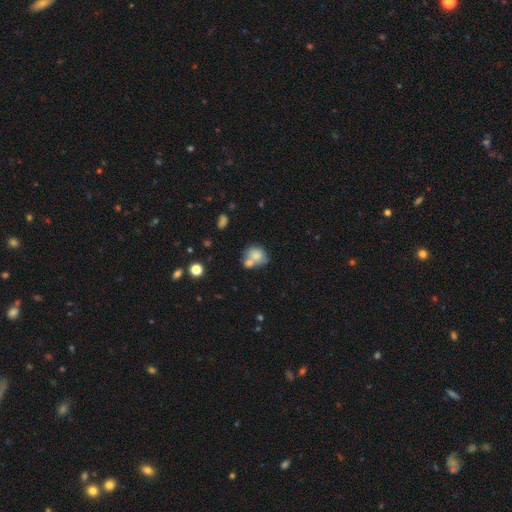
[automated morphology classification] Smooth or featured: smooth — 75% (featured or disk — 16%)
How rounded: round — 58% (in between — 41%)
Merging: merger — 46% (none — 34%)